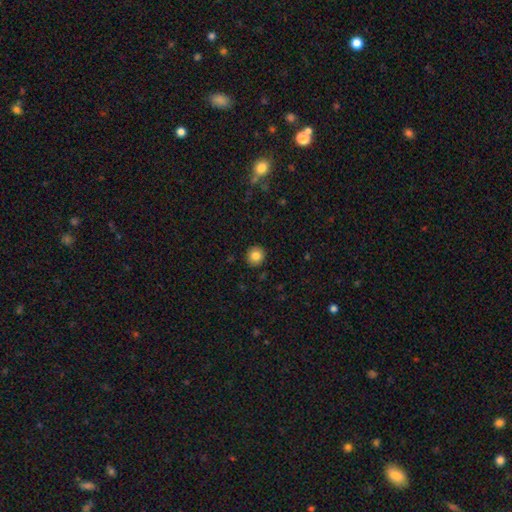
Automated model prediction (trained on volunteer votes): A smooth galaxy with no disk features (83%) that is round (92%).

Vote fractions:
- Smooth or featured? smooth: 83% / star or artifact: 10% / featured or disk: 7%
- How rounded? round: 92% / in between: 7% / cigar-shaped: 1%
- Merging? none: 92% / minor disturbance: 6% / major disturbance: 2% / merger: 1%